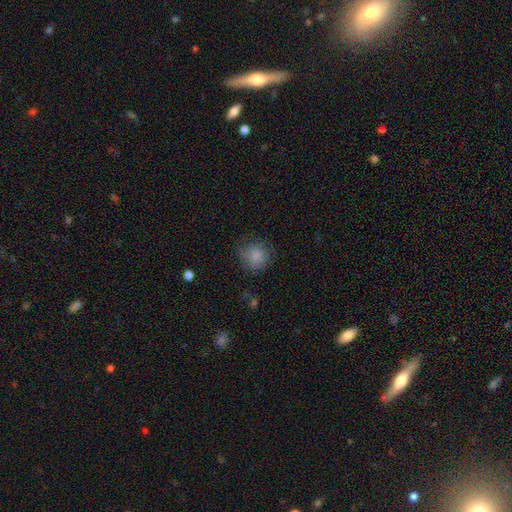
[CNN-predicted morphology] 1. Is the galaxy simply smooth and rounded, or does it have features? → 84% smooth, 9% star or artifact, 7% featured or disk.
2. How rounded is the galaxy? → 87% round, 12% in between, 1% cigar-shaped.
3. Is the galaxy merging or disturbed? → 73% none, 19% minor disturbance, 7% major disturbance, 1% merger.